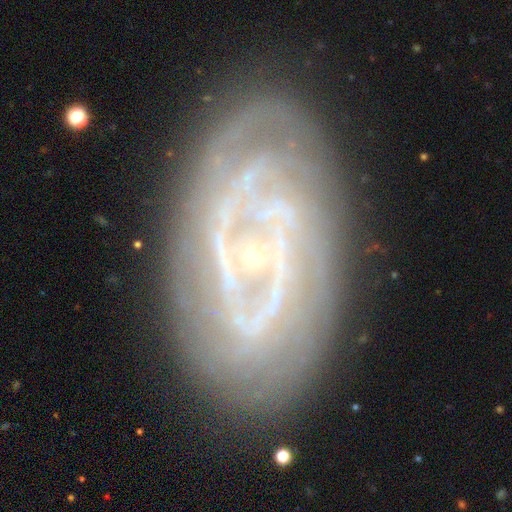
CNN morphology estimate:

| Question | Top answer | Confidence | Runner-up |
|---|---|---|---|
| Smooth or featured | featured or disk | 85% | smooth (8%) |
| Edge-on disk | no | 95% | yes (5%) |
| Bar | no | 39% | weak (35%) |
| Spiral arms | yes | 94% | no (6%) |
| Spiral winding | tight | 61% | medium (31%) |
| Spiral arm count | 2 | 45% | can't tell (25%) |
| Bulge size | small | 83% | moderate (10%) |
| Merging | none | 80% | minor disturbance (14%) |